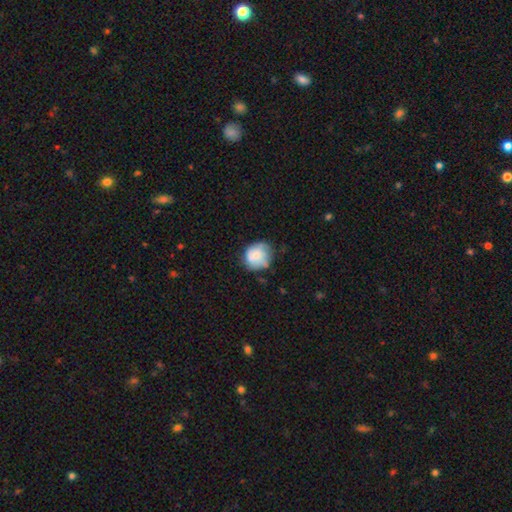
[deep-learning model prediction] A smooth galaxy with no disk features (63%) that is round (78%).

Vote fractions:
- Smooth or featured? smooth: 63% / featured or disk: 29% / star or artifact: 8%
- How rounded? round: 78% / in between: 21% / cigar-shaped: 1%
- Merging? none: 57% / minor disturbance: 29% / major disturbance: 10% / merger: 4%